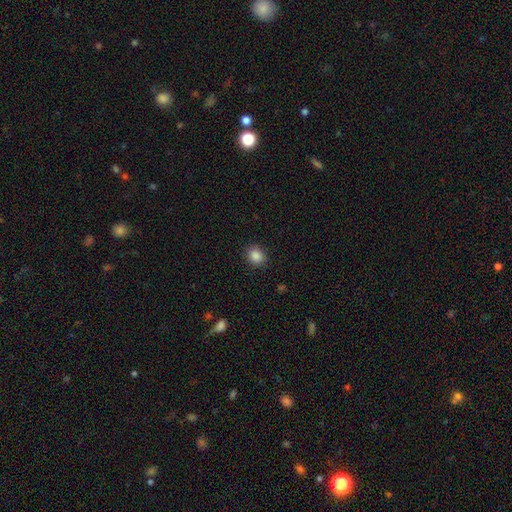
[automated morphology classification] Q: Smooth or featured?
A: smooth (87%); runner-up: star or artifact (10%)
Q: How rounded?
A: round (67%); runner-up: in between (32%)
Q: Merging?
A: none (89%); runner-up: minor disturbance (7%)